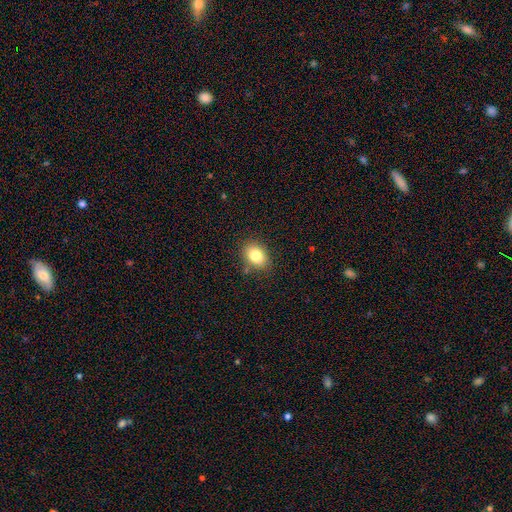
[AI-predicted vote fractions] smooth-or-featured: smooth: 81% | star or artifact: 10% | featured or disk: 9%
  how-rounded: in between: 69% | round: 30% | cigar-shaped: 1%
  merging: none: 83% | minor disturbance: 12% | major disturbance: 3% | merger: 2%